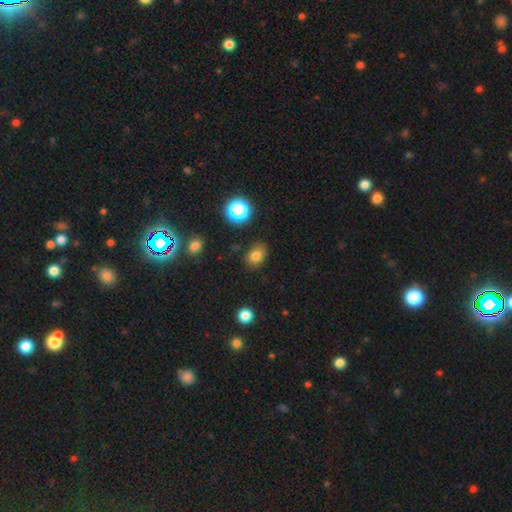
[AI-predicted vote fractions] Q: Smooth or featured?
A: smooth (78%); runner-up: star or artifact (15%)
Q: How rounded?
A: in between (60%); runner-up: round (38%)
Q: Merging?
A: none (80%); runner-up: minor disturbance (14%)